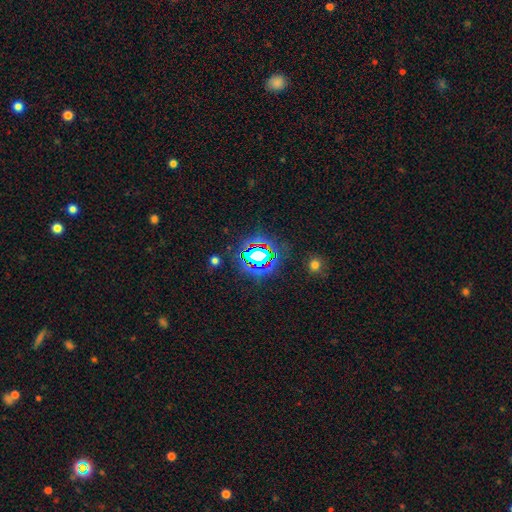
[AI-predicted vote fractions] Smooth or featured? star or artifact (68%)